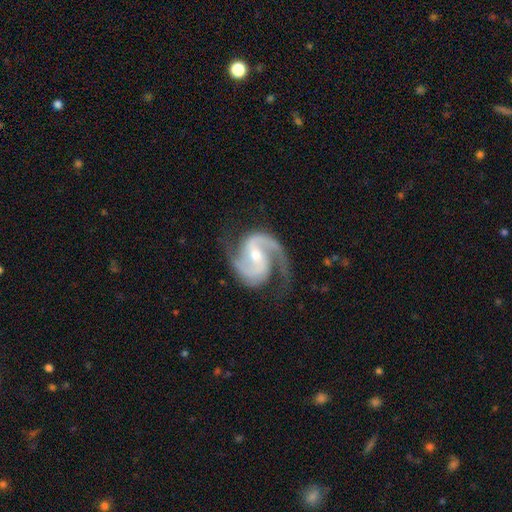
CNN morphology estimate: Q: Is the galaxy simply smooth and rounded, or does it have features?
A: featured or disk — 93%.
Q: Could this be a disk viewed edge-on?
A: no — 98%.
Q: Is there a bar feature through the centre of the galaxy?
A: weak — 46%.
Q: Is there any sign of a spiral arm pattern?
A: yes — 98%.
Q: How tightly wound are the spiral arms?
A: medium — 60%.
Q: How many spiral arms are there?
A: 2 — 88%.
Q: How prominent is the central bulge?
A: moderate — 53%.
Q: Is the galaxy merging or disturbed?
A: none — 73%.